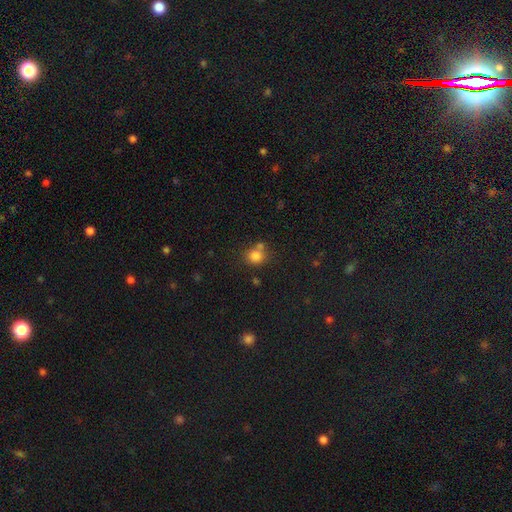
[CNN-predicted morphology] Overall: smooth (81%). How rounded: round (76%). Merging: none (57%; merger 25%).